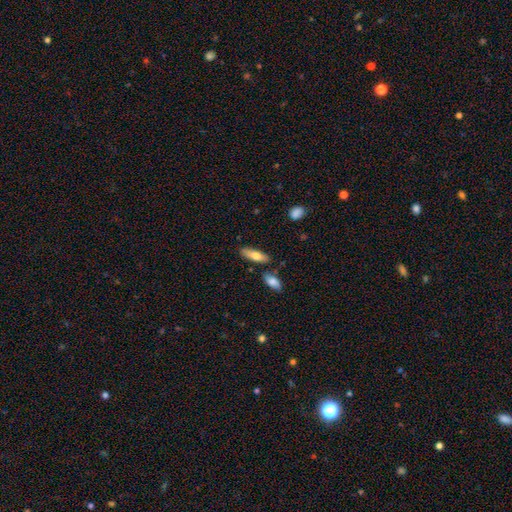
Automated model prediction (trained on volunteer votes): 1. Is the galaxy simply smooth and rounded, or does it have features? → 73% smooth, 21% featured or disk, 6% star or artifact.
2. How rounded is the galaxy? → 54% in between, 44% cigar-shaped, 2% round.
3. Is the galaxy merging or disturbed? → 77% none, 13% minor disturbance, 7% merger, 3% major disturbance.